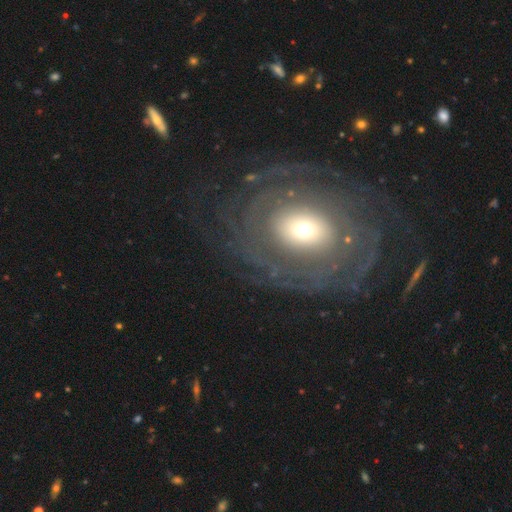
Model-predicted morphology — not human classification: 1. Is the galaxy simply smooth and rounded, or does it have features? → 79% featured or disk, 13% smooth, 8% star or artifact.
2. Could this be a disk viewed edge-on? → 96% no, 4% yes.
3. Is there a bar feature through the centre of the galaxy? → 63% no, 25% weak, 12% strong.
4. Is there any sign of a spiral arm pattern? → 81% yes, 19% no.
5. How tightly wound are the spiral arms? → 74% tight, 18% medium, 8% loose.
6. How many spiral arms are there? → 46% can't tell, 16% 2, 11% 3, 10% more than 4, 9% 4, 7% 1.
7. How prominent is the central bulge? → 50% moderate, 35% small, 11% large, 2% dominant, 1% none.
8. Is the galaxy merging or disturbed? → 77% none, 12% minor disturbance, 9% major disturbance, 2% merger.